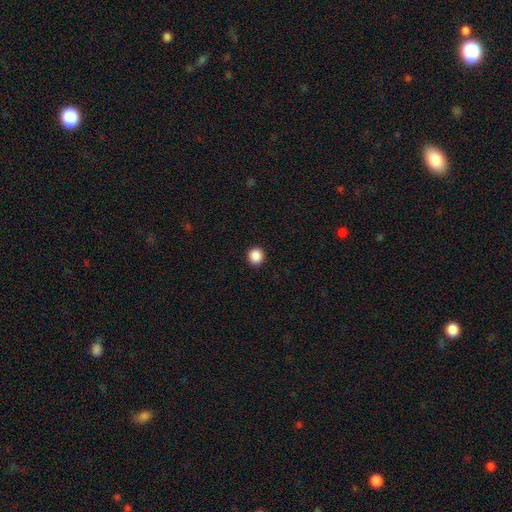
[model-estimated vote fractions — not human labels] Q: Smooth or featured?
A: smooth (88%); runner-up: star or artifact (9%)
Q: How rounded?
A: round (92%); runner-up: in between (7%)
Q: Merging?
A: none (93%); runner-up: minor disturbance (4%)